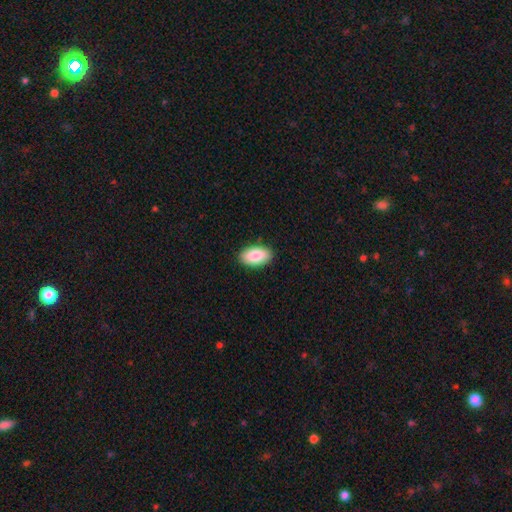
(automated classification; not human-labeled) This appears to be a smooth galaxy with no disk features (86%) that is in between round and cigar-shaped (94%). Merging: none (89%).